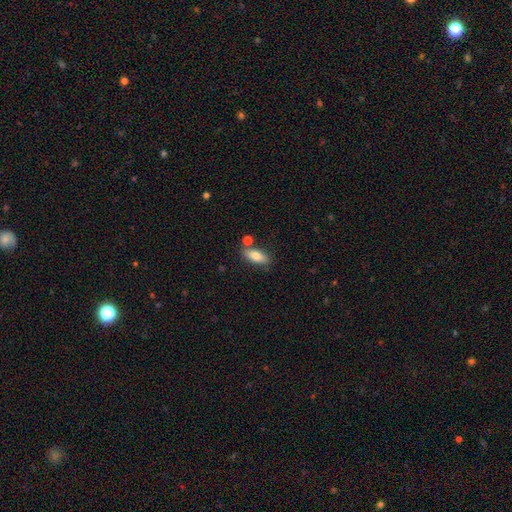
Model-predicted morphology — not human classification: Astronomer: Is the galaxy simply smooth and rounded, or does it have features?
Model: smooth — 79%.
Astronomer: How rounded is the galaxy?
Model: in between — 79%.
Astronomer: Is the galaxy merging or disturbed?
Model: none — 74%.